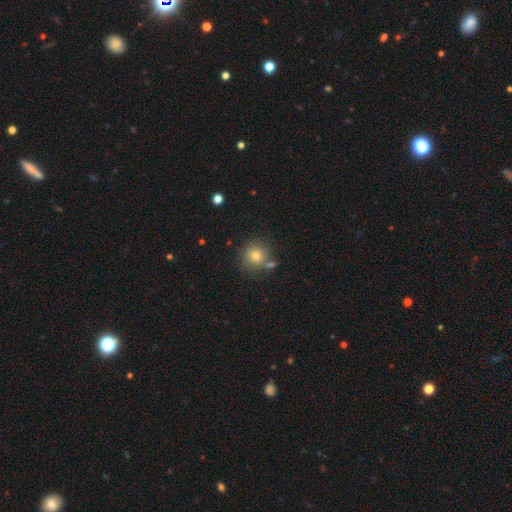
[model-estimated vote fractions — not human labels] Overall: smooth (77%). How rounded: round (91%). Merging: none (71%).